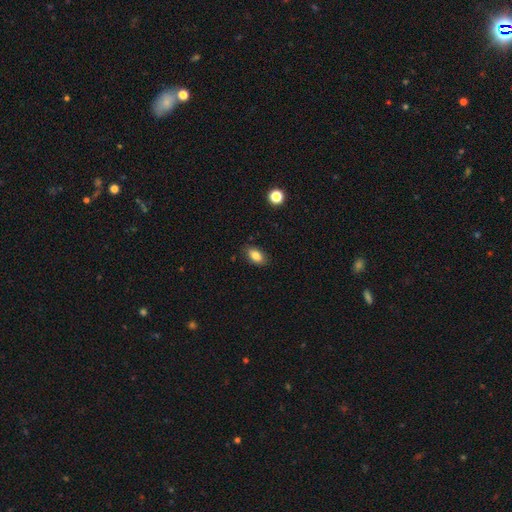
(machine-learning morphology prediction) Overall: smooth (83%). How rounded: in between (89%). Merging: none (85%).